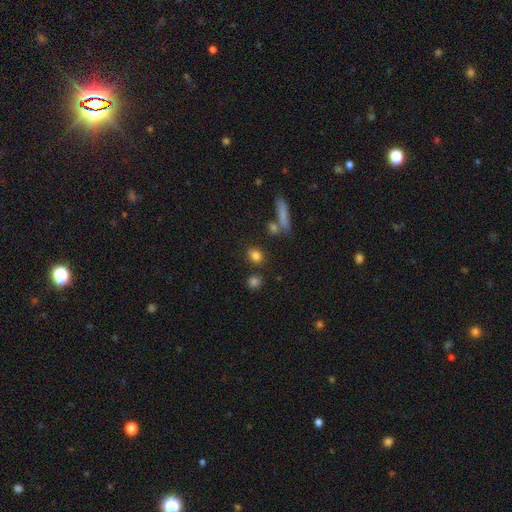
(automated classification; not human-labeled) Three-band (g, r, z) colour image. It shows a smooth galaxy with no disk features (81%) that is round (52%). Merging: none (75%).